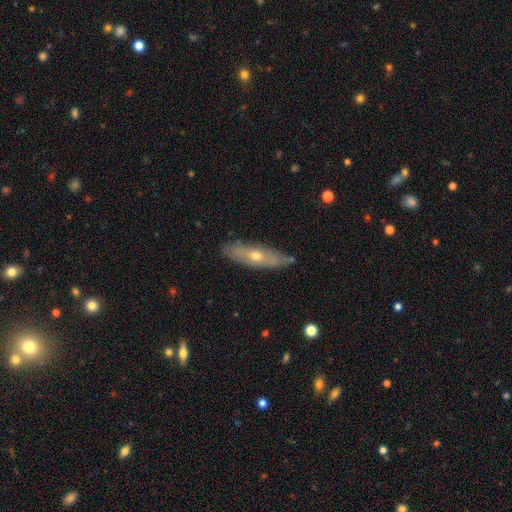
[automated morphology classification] Smooth or featured: featured or disk — 56% (smooth — 37%)
Edge-on disk: yes — 53% (no — 47%)
Merging: none — 82% (minor disturbance — 14%)